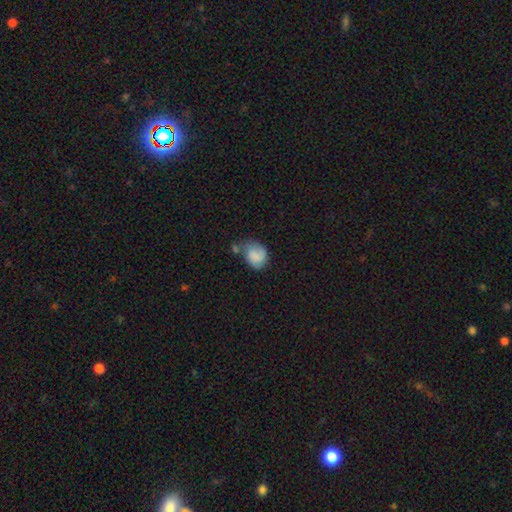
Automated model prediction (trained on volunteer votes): Overall: smooth (69%). How rounded: in between (52%; round 47%). Merging: none (36%; minor disturbance 31%).